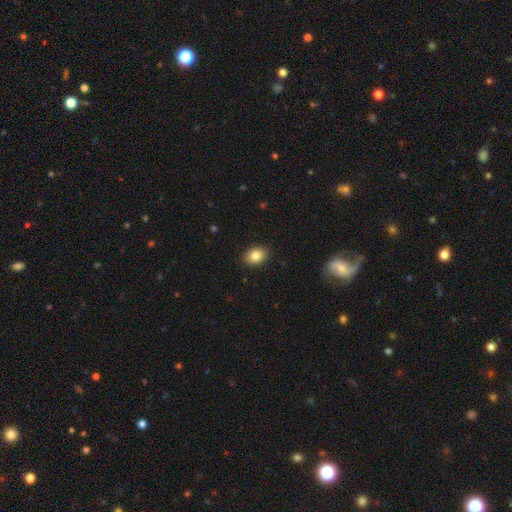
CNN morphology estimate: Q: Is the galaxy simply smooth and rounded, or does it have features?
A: smooth — 86%.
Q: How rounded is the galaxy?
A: in between — 75%.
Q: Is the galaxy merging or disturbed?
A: none — 89%.